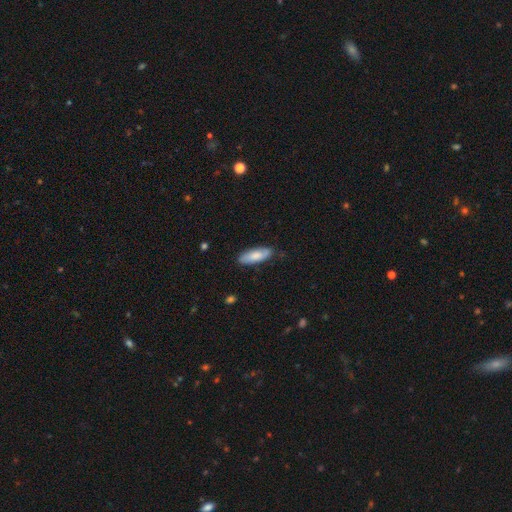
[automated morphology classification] The model was most divided on "how rounded": in between: 66%, cigar-shaped: 33%, round: 2%. More confident: merging — none (80%); smooth or featured — smooth (77%).